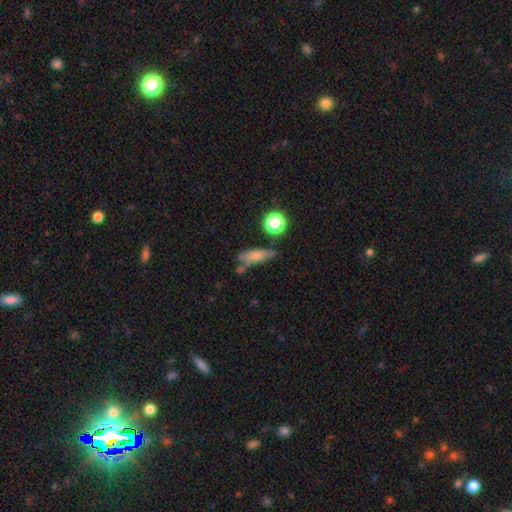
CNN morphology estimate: type=smooth (67%); roundness=cigar-shaped (50%); merging=none (55%).